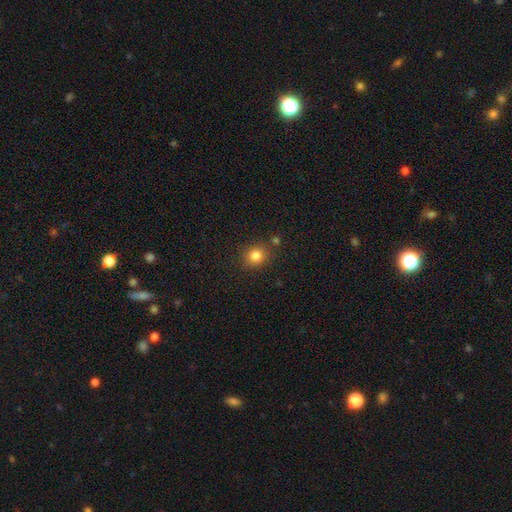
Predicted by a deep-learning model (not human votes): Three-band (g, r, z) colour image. It shows a smooth galaxy with no disk features (83%) that is round (82%). Merging: none (82%).